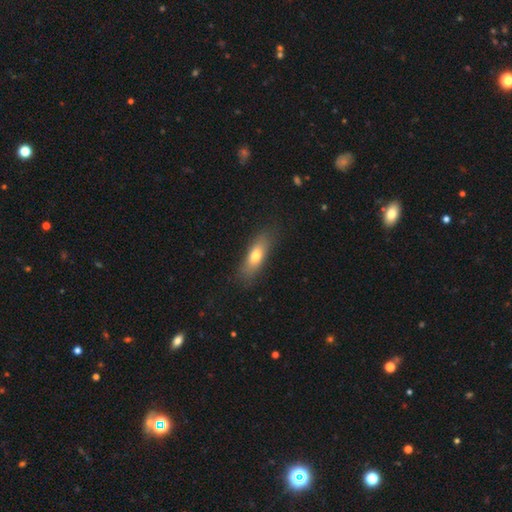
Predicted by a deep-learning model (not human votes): Smooth or featured?
  - smooth: 70% *
  - featured or disk: 22%
  - star or artifact: 8%
How rounded?
  - in between: 59% *
  - cigar-shaped: 37%
  - round: 4%
Merging?
  - none: 81% *
  - minor disturbance: 14%
  - major disturbance: 4%
  - merger: 1%